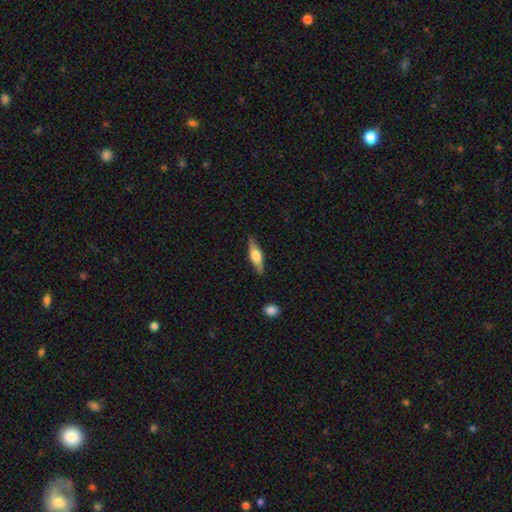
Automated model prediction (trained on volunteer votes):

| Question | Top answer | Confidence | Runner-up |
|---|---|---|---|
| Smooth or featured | featured or disk | 49% | smooth (45%) |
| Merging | none | 86% | minor disturbance (10%) |